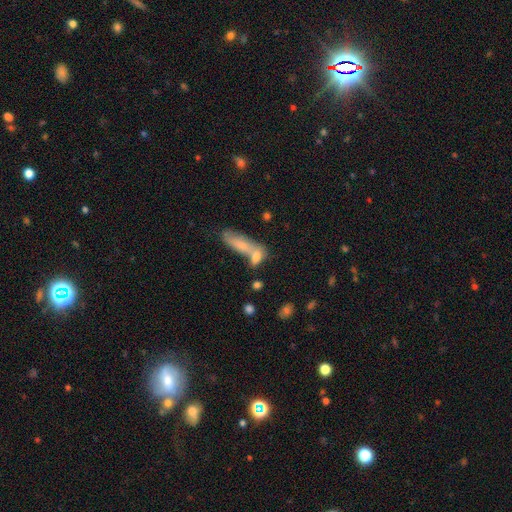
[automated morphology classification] Smooth or featured?
  - smooth: 71% *
  - featured or disk: 20%
  - star or artifact: 9%
How rounded?
  - in between: 55% *
  - cigar-shaped: 35%
  - round: 10%
Merging?
  - merger: 47% *
  - none: 37%
  - minor disturbance: 11%
  - major disturbance: 5%